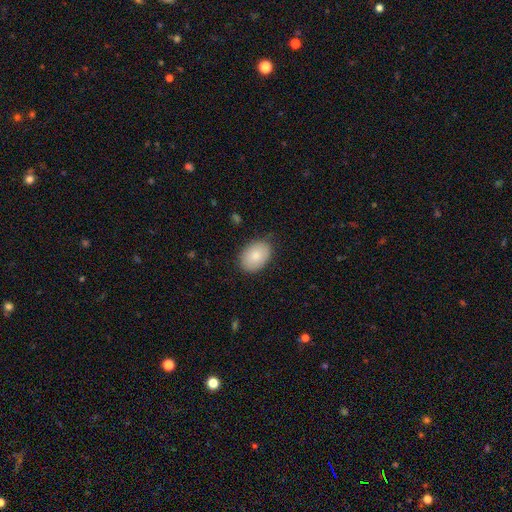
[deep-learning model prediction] This appears to be a smooth galaxy with no disk features (82%) that is in between round and cigar-shaped (84%). Merging: none (80%).